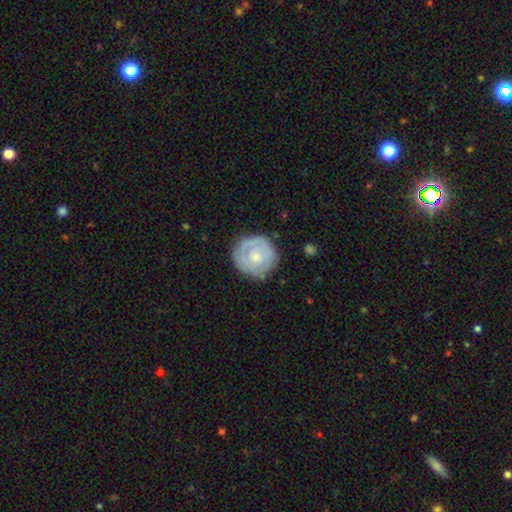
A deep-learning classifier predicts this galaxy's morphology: Smooth or featured?
  - featured or disk: 52% *
  - smooth: 42%
  - star or artifact: 6%
Edge-on disk?
  - no: 97% *
  - yes: 3%
Bar?
  - no: 83% *
  - weak: 15%
  - strong: 2%
Spiral arms?
  - yes: 61% *
  - no: 39%
Bulge size?
  - small: 57% *
  - moderate: 36%
  - none: 4%
  - large: 3%
  - dominant: 1%
Merging?
  - none: 78% *
  - minor disturbance: 16%
  - major disturbance: 5%
  - merger: 2%